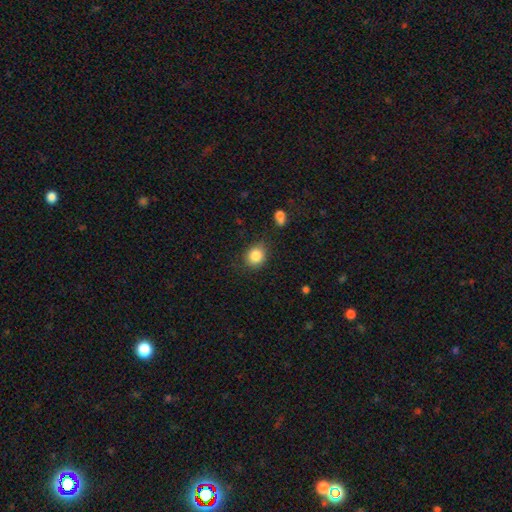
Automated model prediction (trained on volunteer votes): Smooth or featured: smooth — 85% (star or artifact — 9%)
How rounded: round — 68% (in between — 31%)
Merging: none — 78% (minor disturbance — 16%)